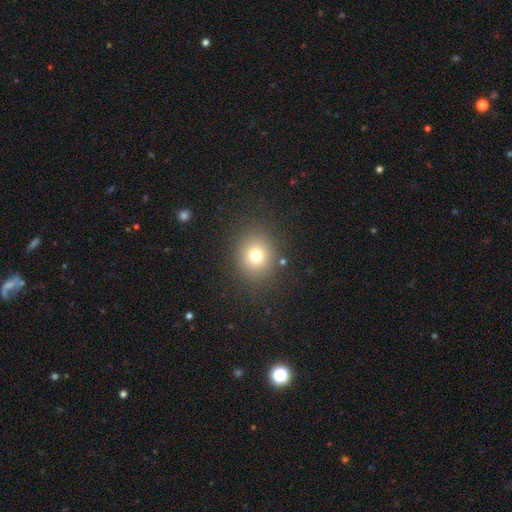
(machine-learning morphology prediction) This is likely a smooth galaxy (75%). How rounded: clearly round (82%). Merging: clearly none (87%).